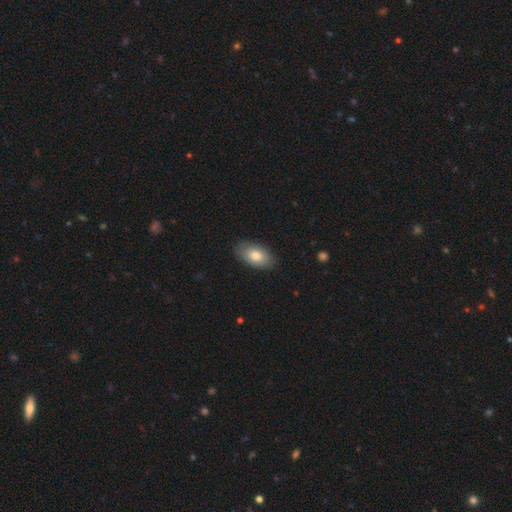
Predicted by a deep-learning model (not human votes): Overall: smooth (77%). How rounded: in between (93%). Merging: none (85%).